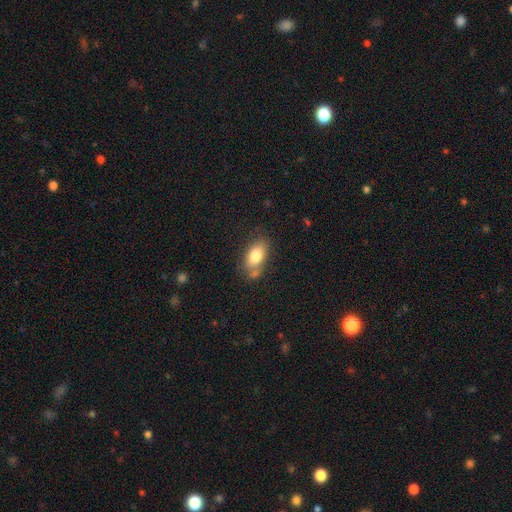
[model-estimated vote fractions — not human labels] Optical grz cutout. It shows a smooth galaxy with no disk features (78%) that is in between round and cigar-shaped (89%). Merging: none (62%).